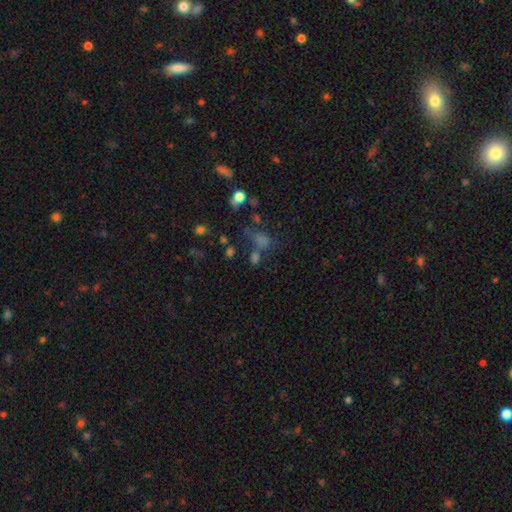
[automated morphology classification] smooth_or_featured: smooth (p=0.48) [alt: star or artifact p=0.38]
merging: none (p=0.51) [alt: merger p=0.24]